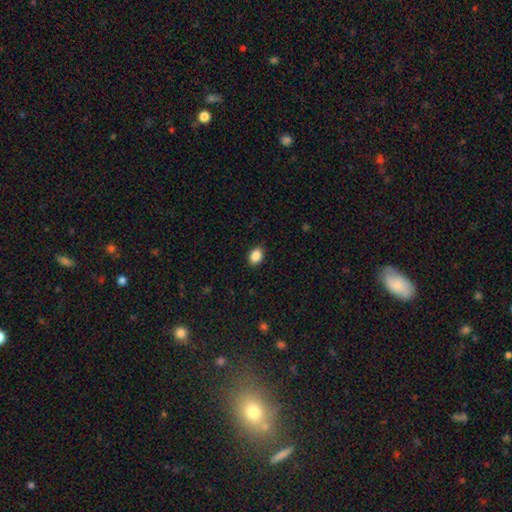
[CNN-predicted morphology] Smooth or featured? Predicted: smooth (p=0.88). How rounded? Predicted: in between (p=0.75). Merging? Predicted: none (p=0.88).